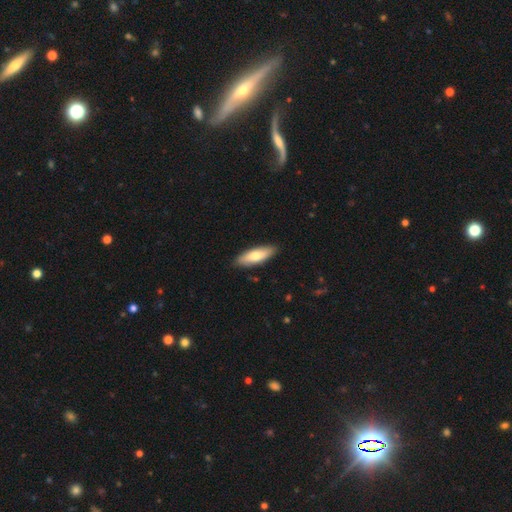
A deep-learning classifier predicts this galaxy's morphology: Smooth or featured: smooth — 72% (featured or disk — 22%)
How rounded: in between — 56% (cigar-shaped — 42%)
Merging: none — 88% (minor disturbance — 9%)